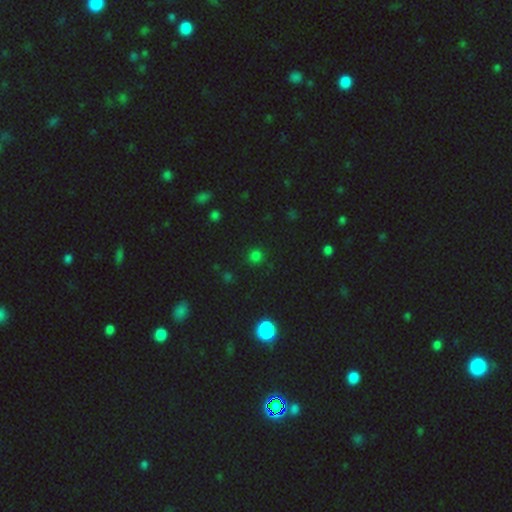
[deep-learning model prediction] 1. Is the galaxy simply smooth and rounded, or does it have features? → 73% smooth, 23% star or artifact, 4% featured or disk.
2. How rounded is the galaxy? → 91% round, 8% in between, 1% cigar-shaped.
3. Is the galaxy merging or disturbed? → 88% none, 8% minor disturbance, 3% major disturbance, 2% merger.